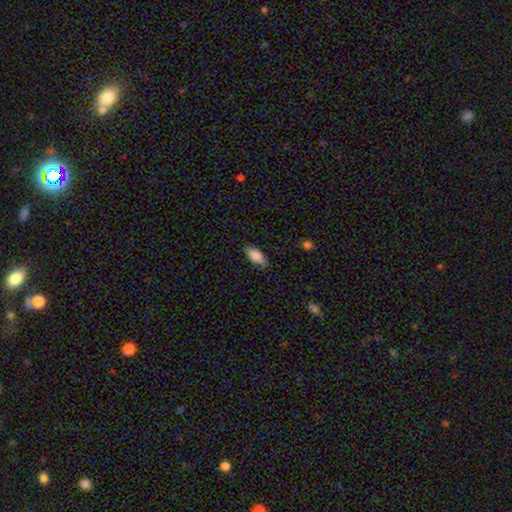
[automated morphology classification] Smooth or featured? Predicted: smooth (p=0.84). How rounded? Predicted: in between (p=0.85). Merging? Predicted: none (p=0.84).